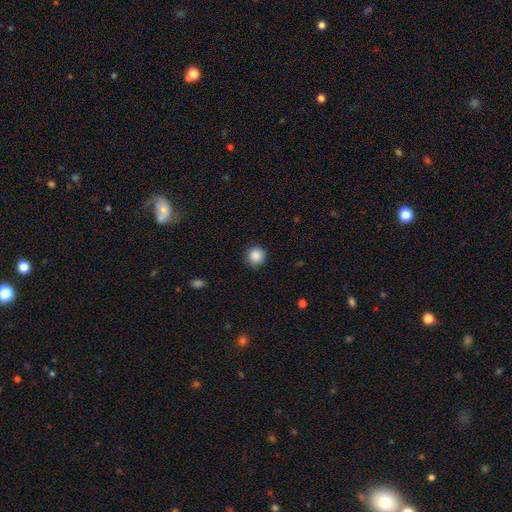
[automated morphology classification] smooth 88%, star or artifact 9%, featured or disk 3%. Down the decision tree: how rounded — round (94%); merging — none (90%).